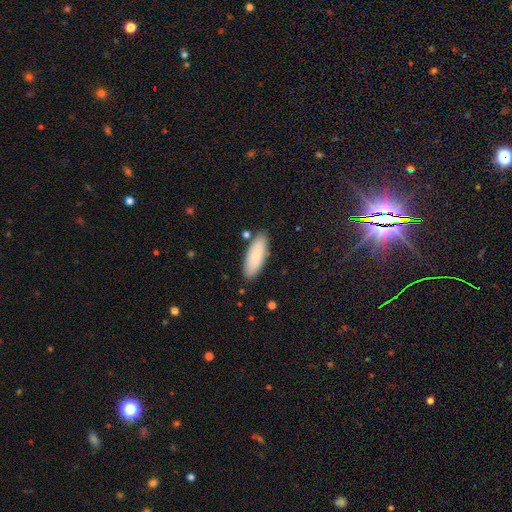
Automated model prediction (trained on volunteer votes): Q: Smooth or featured?
A: smooth (84%); runner-up: featured or disk (10%)
Q: How rounded?
A: in between (69%); runner-up: cigar-shaped (30%)
Q: Merging?
A: none (84%); runner-up: minor disturbance (11%)